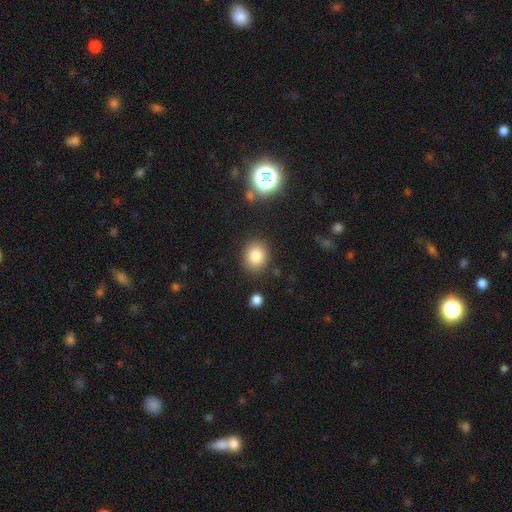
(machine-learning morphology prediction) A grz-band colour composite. It shows a smooth galaxy with no disk features (82%) that is round (63%). Merging: none (85%).